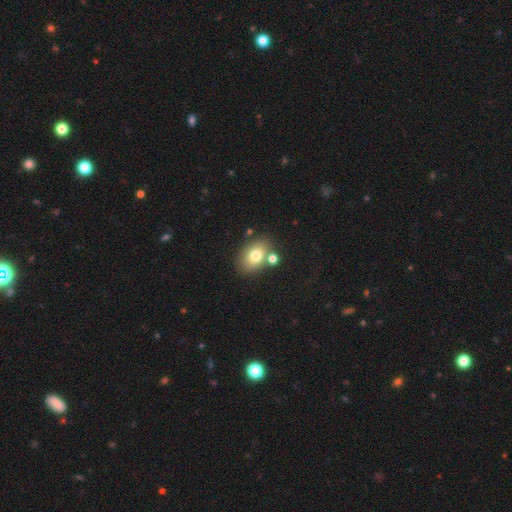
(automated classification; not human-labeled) Smooth or featured: smooth — 77% (featured or disk — 13%)
How rounded: in between — 77% (round — 22%)
Merging: none — 68% (merger — 16%)